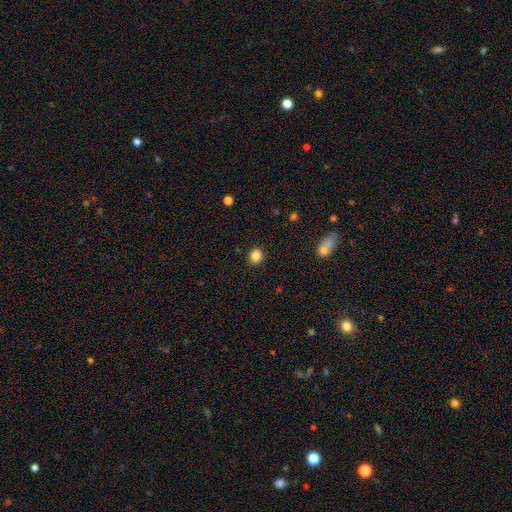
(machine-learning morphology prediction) Smooth or featured? smooth (84%)
How rounded? round (80%)
Merging? none (91%)